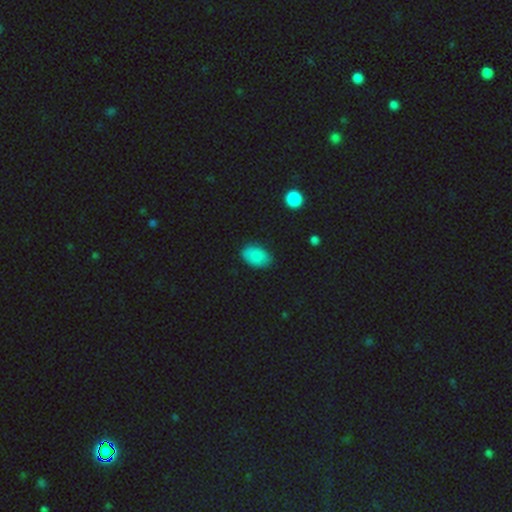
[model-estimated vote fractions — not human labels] Overall: smooth (84%). How rounded: in between (89%). Merging: none (79%).